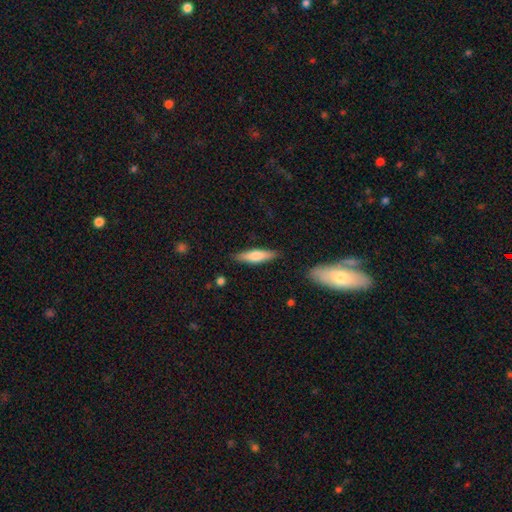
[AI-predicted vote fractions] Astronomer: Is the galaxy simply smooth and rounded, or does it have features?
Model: smooth — 63%.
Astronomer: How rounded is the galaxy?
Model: cigar-shaped — 71%.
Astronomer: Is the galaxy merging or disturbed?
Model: none — 86%.